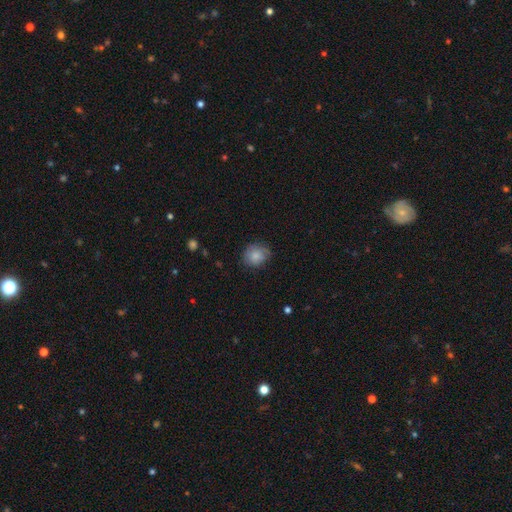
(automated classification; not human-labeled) smooth 83%, featured or disk 9%, star or artifact 8%. Down the decision tree: how rounded — round (73%); merging — none (72%).